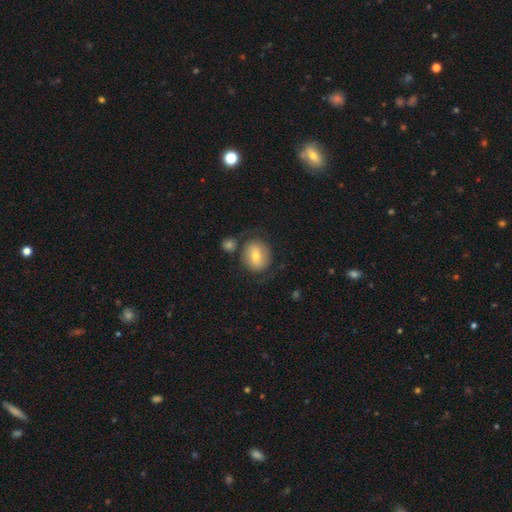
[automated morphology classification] A smooth galaxy with no disk features (57%) that is round (68%).

Vote fractions:
- Smooth or featured? smooth: 57% / featured or disk: 34% / star or artifact: 9%
- How rounded? round: 68% / in between: 31% / cigar-shaped: 1%
- Merging? none: 64% / minor disturbance: 16% / merger: 10% / major disturbance: 9%